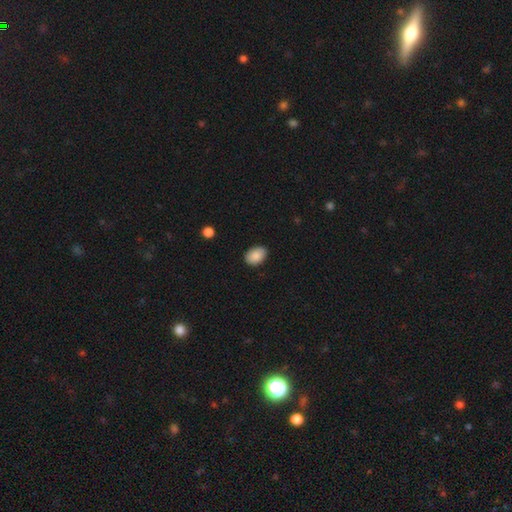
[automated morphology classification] Smooth or featured? Predicted: smooth (p=0.88). How rounded? Predicted: in between (p=0.83). Merging? Predicted: none (p=0.87).